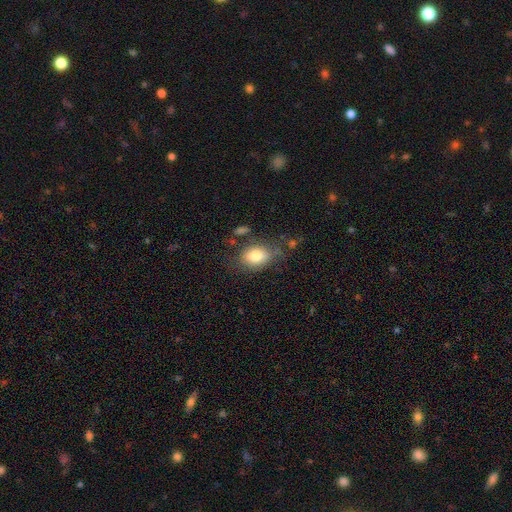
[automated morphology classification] A smooth galaxy with no disk features (79%) that is in between round and cigar-shaped (77%).

Vote fractions:
- Smooth or featured? smooth: 79% / featured or disk: 13% / star or artifact: 8%
- How rounded? in between: 77% / round: 21% / cigar-shaped: 2%
- Merging? none: 61% / minor disturbance: 24% / major disturbance: 9% / merger: 6%